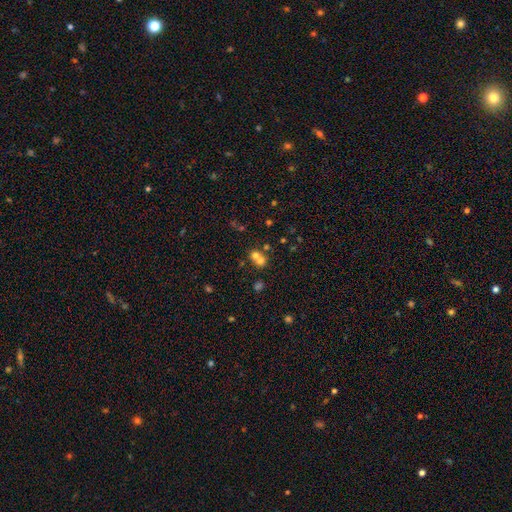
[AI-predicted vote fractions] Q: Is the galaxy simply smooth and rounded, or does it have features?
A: smooth — 64%.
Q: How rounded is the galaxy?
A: round — 79%.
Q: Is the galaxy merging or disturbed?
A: merger — 59%.